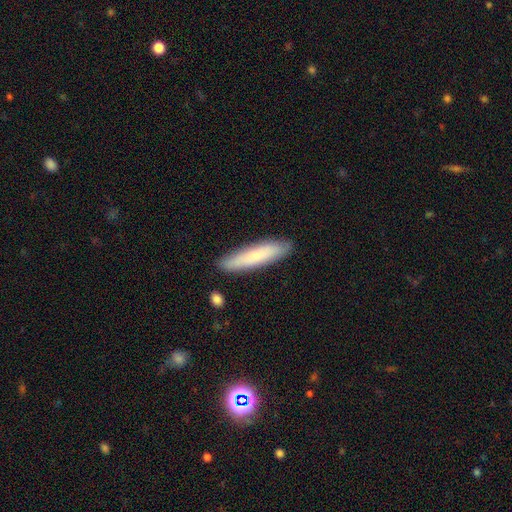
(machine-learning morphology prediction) A smooth galaxy with no disk features (71%) that is cigar-shaped (79%).

Vote fractions:
- Smooth or featured? smooth: 71% / featured or disk: 23% / star or artifact: 6%
- How rounded? cigar-shaped: 79% / in between: 19% / round: 1%
- Merging? none: 87% / minor disturbance: 10% / major disturbance: 2% / merger: 2%